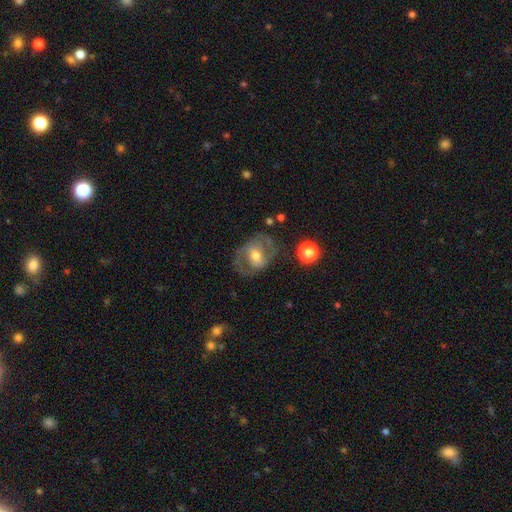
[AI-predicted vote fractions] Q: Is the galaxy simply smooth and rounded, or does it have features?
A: featured or disk — 69%.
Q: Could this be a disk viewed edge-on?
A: no — 95%.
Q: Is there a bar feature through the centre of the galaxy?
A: weak — 41%.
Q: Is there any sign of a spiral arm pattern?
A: yes — 70%.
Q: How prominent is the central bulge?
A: moderate — 64%.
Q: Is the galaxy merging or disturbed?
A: none — 71%.